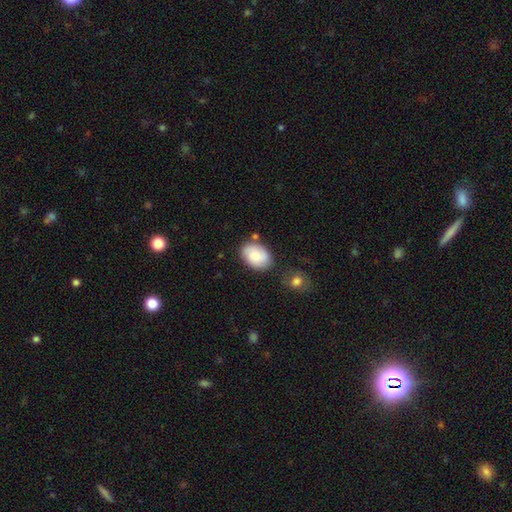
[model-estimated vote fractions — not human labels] Smooth or featured? smooth (73%)
How rounded? in between (78%)
Merging? none (71%)